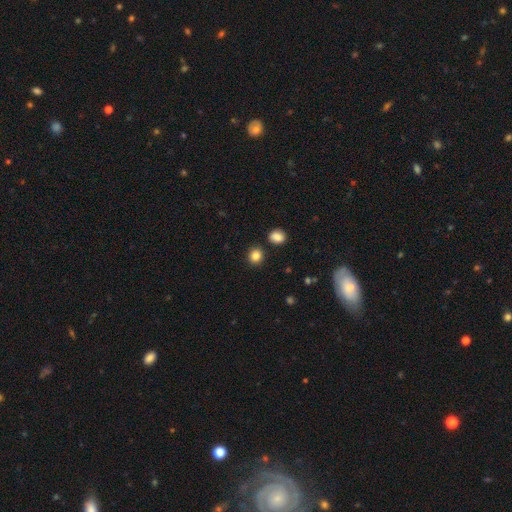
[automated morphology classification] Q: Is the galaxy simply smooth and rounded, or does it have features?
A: smooth — 85%.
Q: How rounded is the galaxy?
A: round — 82%.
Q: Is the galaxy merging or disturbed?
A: none — 86%.